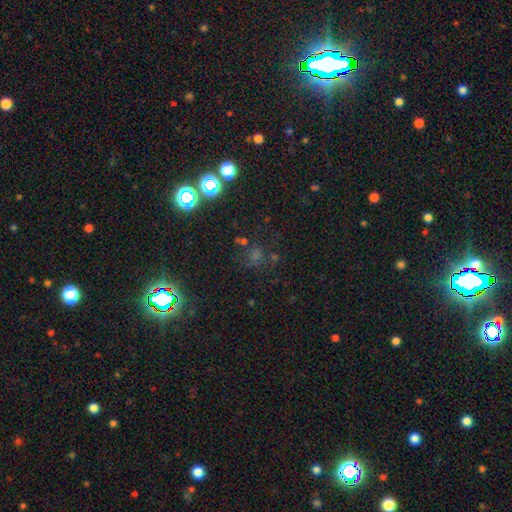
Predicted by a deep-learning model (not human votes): A star or artifact, not a galaxy (60%).